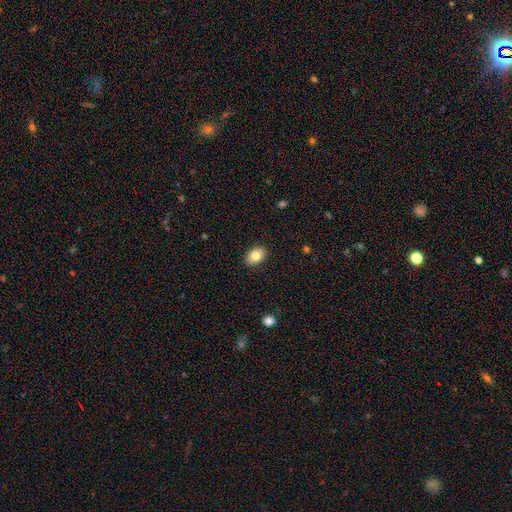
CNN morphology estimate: Overall: smooth (82%). How rounded: in between (84%). Merging: none (89%).